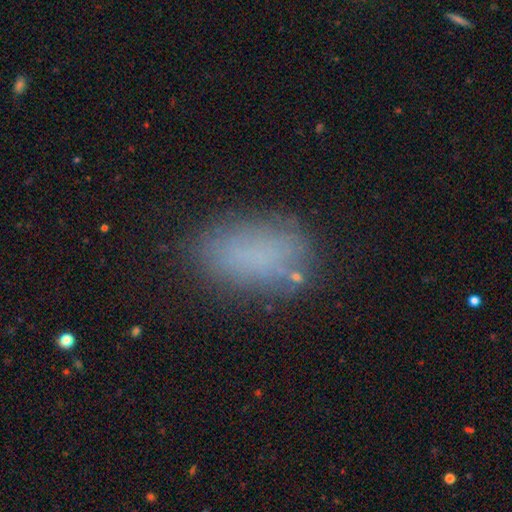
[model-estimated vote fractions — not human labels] Smooth or featured?
  - smooth: 76% *
  - star or artifact: 12%
  - featured or disk: 12%
How rounded?
  - in between: 90% *
  - round: 7%
  - cigar-shaped: 3%
Merging?
  - none: 74% *
  - minor disturbance: 17%
  - major disturbance: 7%
  - merger: 3%